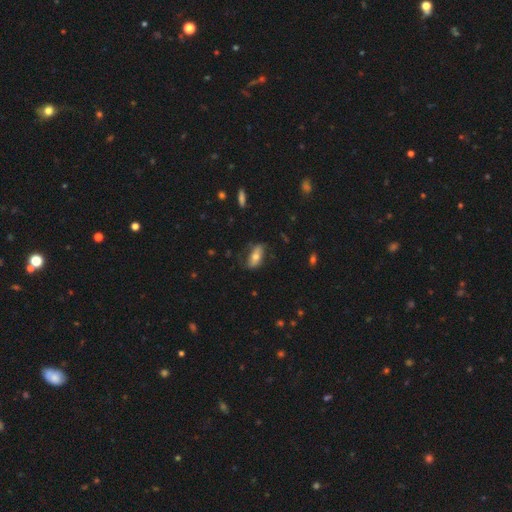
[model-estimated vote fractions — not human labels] This is likely a smooth galaxy (62%). How rounded: likely in between (80%). Merging: likely none (69%).